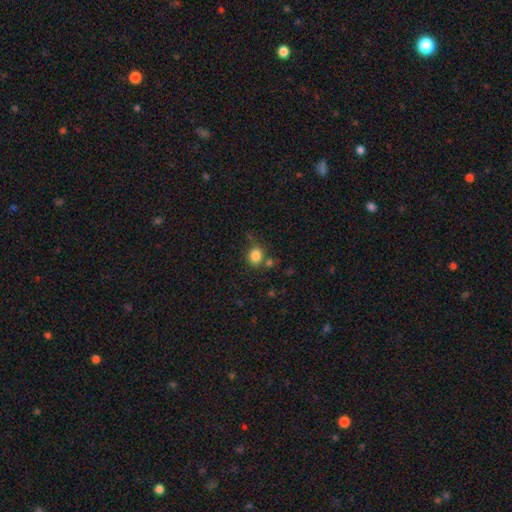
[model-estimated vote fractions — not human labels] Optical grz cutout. It shows a smooth galaxy with no disk features (83%) that is round (78%). Merging: none (67%).